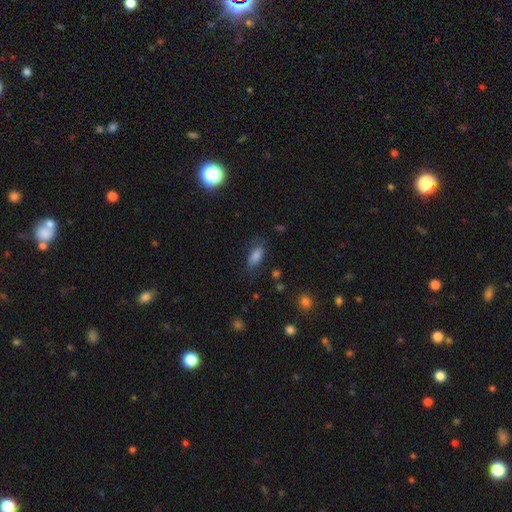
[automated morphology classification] smooth_or_featured: smooth (p=0.77) [alt: star or artifact p=0.12]
how_rounded: in between (p=0.85) [alt: cigar-shaped p=0.10]
merging: none (p=0.72) [alt: minor disturbance p=0.18]